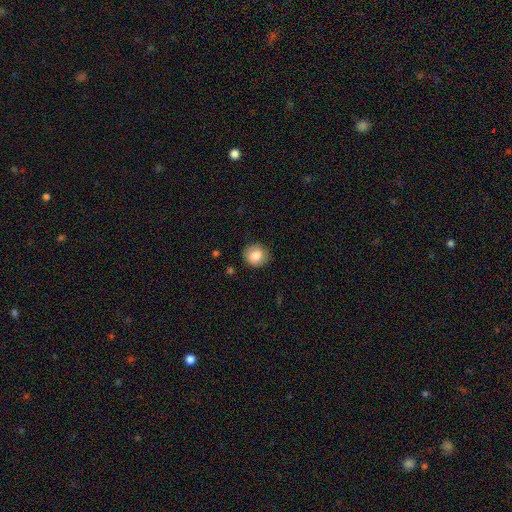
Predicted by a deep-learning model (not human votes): Smooth or featured: smooth — 82% (featured or disk — 10%)
How rounded: round — 84% (in between — 15%)
Merging: none — 88% (minor disturbance — 9%)